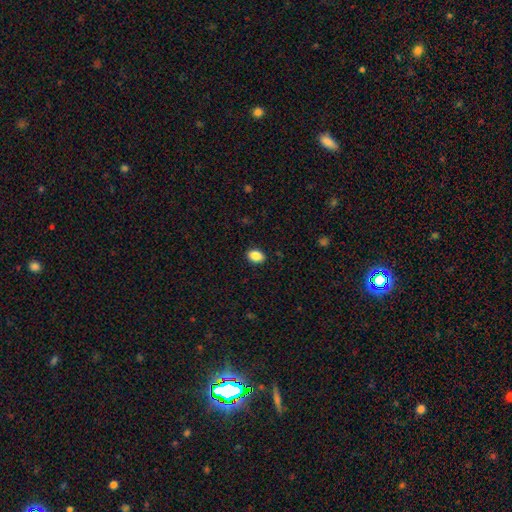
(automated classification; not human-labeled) Smooth or featured? Predicted: smooth (p=0.88). How rounded? Predicted: in between (p=0.76). Merging? Predicted: none (p=0.89).